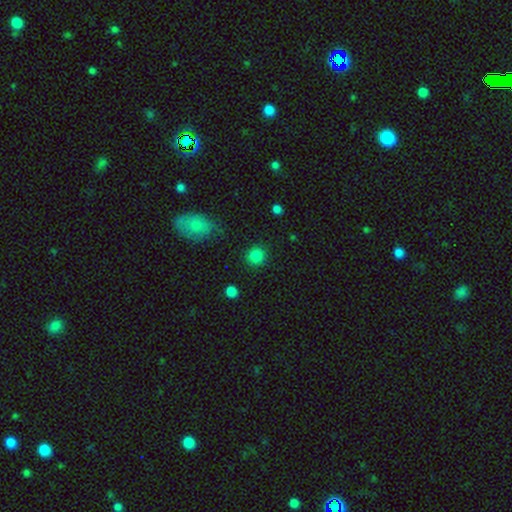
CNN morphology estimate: smooth-or-featured: smooth: 85% | star or artifact: 11% | featured or disk: 4%
  how-rounded: round: 91% | in between: 8% | cigar-shaped: 1%
  merging: none: 88% | minor disturbance: 7% | major disturbance: 3% | merger: 2%